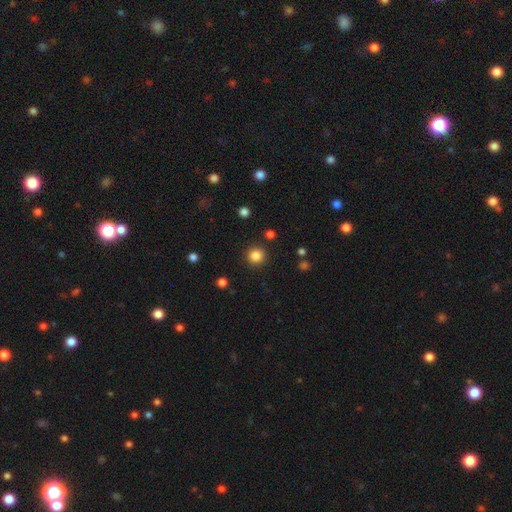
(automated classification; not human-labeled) Q: Smooth or featured?
A: smooth (84%); runner-up: star or artifact (12%)
Q: How rounded?
A: round (94%); runner-up: in between (5%)
Q: Merging?
A: none (90%); runner-up: minor disturbance (6%)